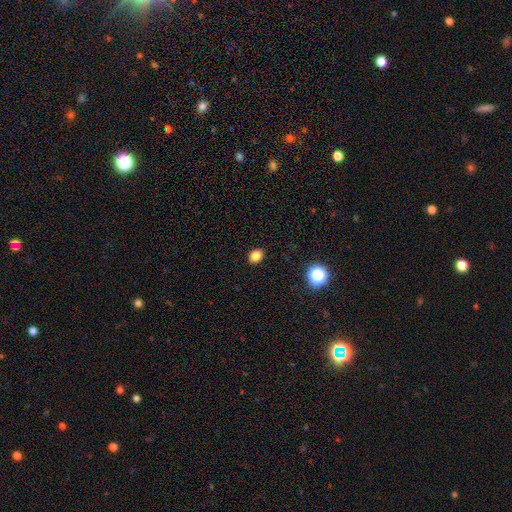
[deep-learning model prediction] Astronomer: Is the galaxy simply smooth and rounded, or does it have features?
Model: smooth — 82%.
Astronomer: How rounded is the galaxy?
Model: round — 51% (runner-up: in between, 48%).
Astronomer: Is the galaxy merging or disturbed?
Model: none — 90%.